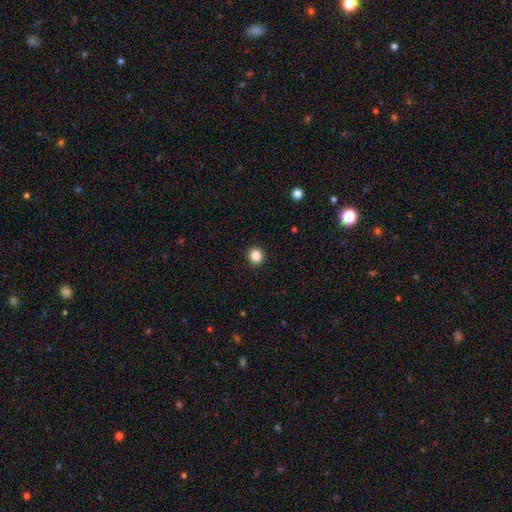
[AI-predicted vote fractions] Smooth or featured: smooth — 86% (star or artifact — 11%)
How rounded: round — 86% (in between — 13%)
Merging: none — 92% (minor disturbance — 5%)